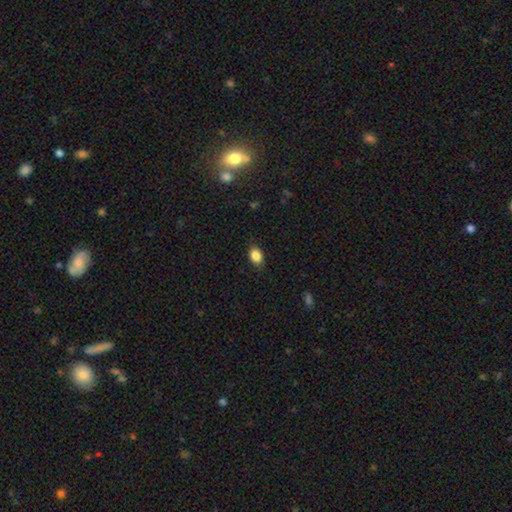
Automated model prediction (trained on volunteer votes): Smooth or featured? smooth (87%)
How rounded? in between (85%)
Merging? none (85%)